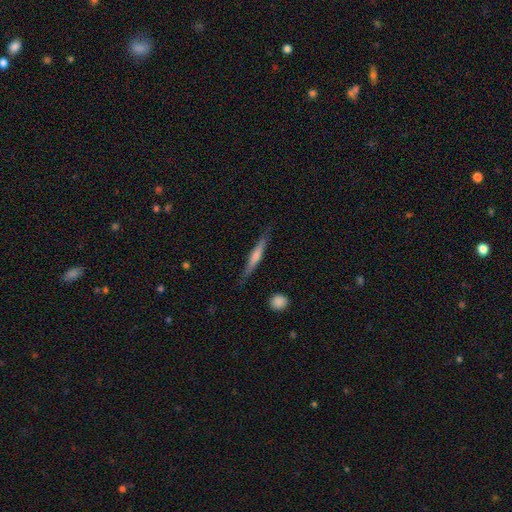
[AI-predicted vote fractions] A featured or disk galaxy (53%) viewed edge-on (96%) with a rounded central bulge (53%).

Vote fractions:
- Smooth or featured? featured or disk: 53% / smooth: 41% / star or artifact: 6%
- Edge-on disk? yes: 96% / no: 4%
- Edge-on bulge? rounded: 53% / none: 34% / boxy: 13%
- Merging? none: 84% / minor disturbance: 12% / major disturbance: 2% / merger: 2%